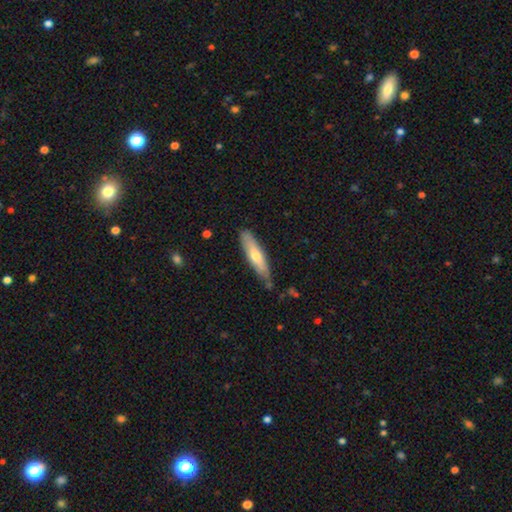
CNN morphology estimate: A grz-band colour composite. It shows a smooth galaxy with no disk features (56%) that is cigar-shaped (76%). Merging: none (79%).